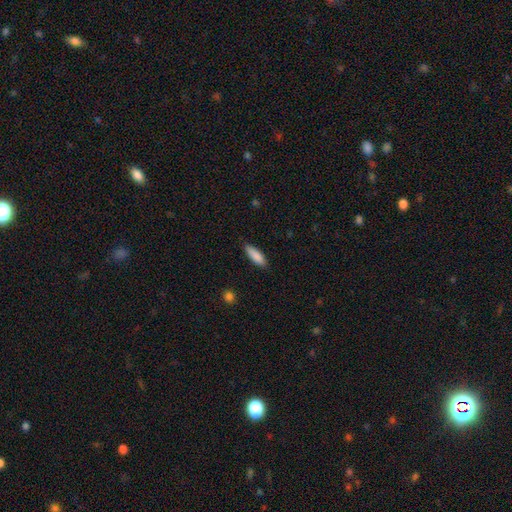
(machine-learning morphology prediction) Smooth or featured: smooth — 88% (star or artifact — 6%)
How rounded: in between — 50% (cigar-shaped — 48%)
Merging: none — 84% (minor disturbance — 13%)